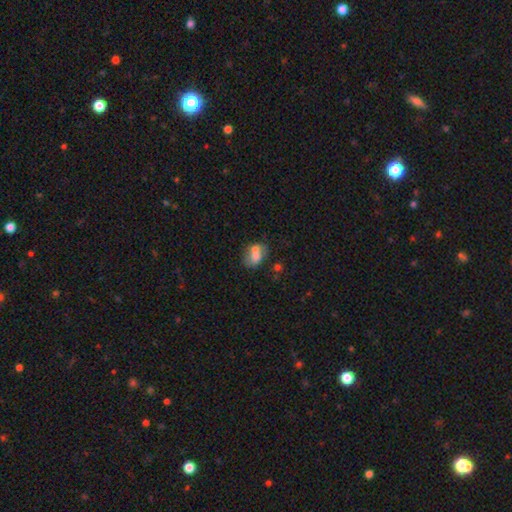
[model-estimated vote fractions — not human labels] This is likely a smooth galaxy (63%). How rounded: likely in between (76%). Merging: marginally none (36%, tied with merger).